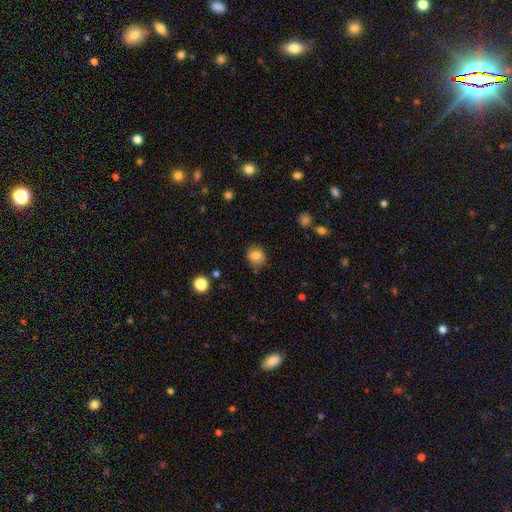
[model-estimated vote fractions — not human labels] Morphology: type=smooth (83%); roundness=round (74%); merging=none (80%).